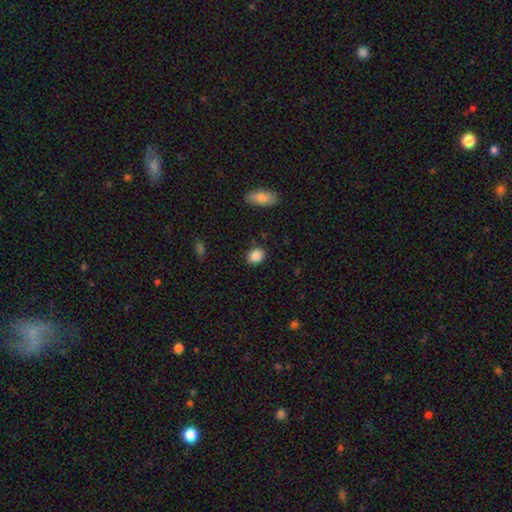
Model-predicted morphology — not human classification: Smooth or featured? Predicted: smooth (p=0.88). How rounded? Predicted: in between (p=0.62). Merging? Predicted: none (p=0.85).